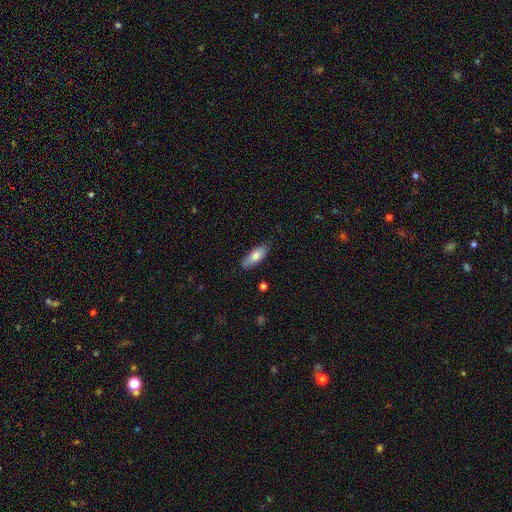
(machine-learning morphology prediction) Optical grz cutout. It shows a smooth galaxy with no disk features (75%) that is in between round and cigar-shaped (70%). Merging: none (83%).